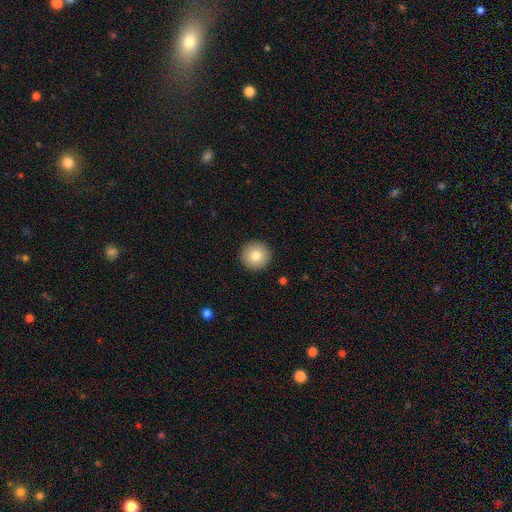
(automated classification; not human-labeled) Overall: smooth (81%). How rounded: round (96%). Merging: none (93%).